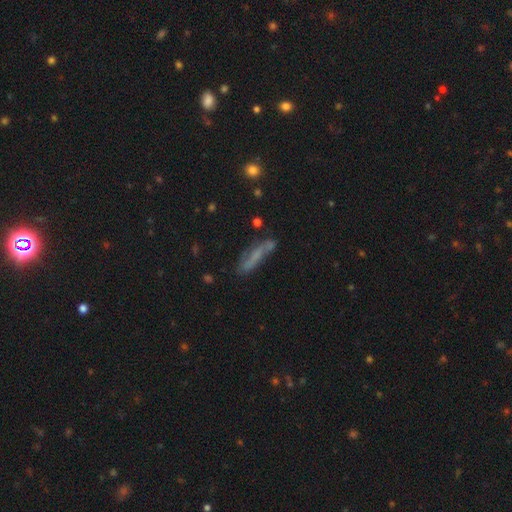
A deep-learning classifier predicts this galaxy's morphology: Overall: smooth (48%; featured or disk 41%). Merging: none (62%; minor disturbance 22%).